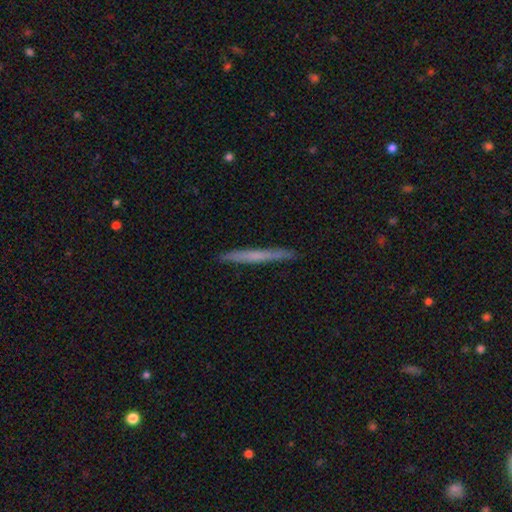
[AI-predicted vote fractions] This appears to be a smooth galaxy with no disk features (52%) that is cigar-shaped (97%). Merging: none (91%).